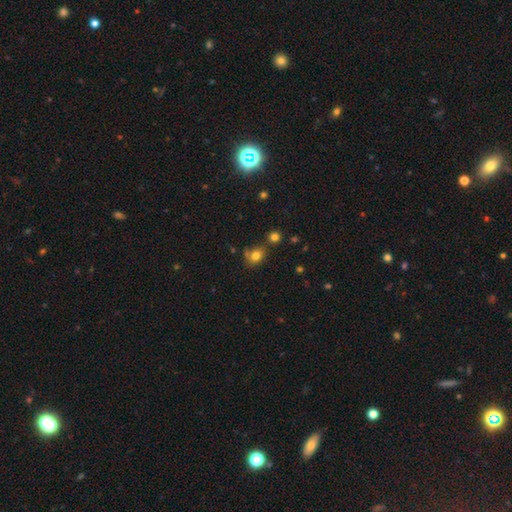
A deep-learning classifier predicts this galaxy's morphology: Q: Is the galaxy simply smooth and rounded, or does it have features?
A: smooth — 78%.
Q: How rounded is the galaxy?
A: round — 55%.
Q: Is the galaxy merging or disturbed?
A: none — 62%.